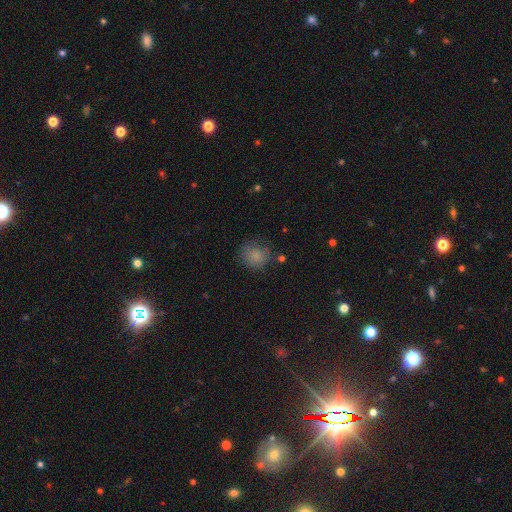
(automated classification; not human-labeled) smooth 83%, star or artifact 10%, featured or disk 7%. Down the decision tree: how rounded — round (83%); merging — none (74%).